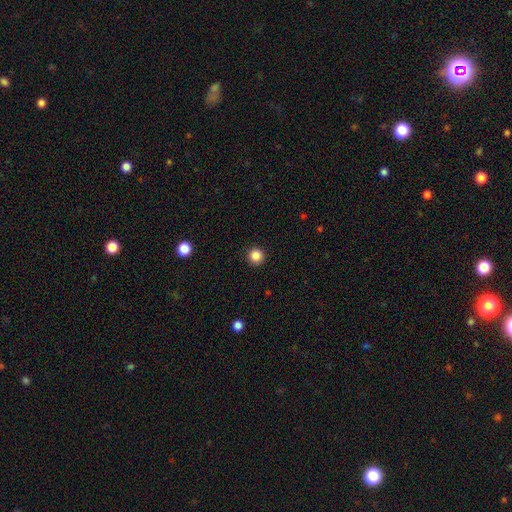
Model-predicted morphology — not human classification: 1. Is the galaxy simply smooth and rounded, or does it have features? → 85% smooth, 11% star or artifact, 3% featured or disk.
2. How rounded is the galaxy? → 95% round, 4% in between, 1% cigar-shaped.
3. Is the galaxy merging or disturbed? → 92% none, 5% minor disturbance, 2% major disturbance, 1% merger.